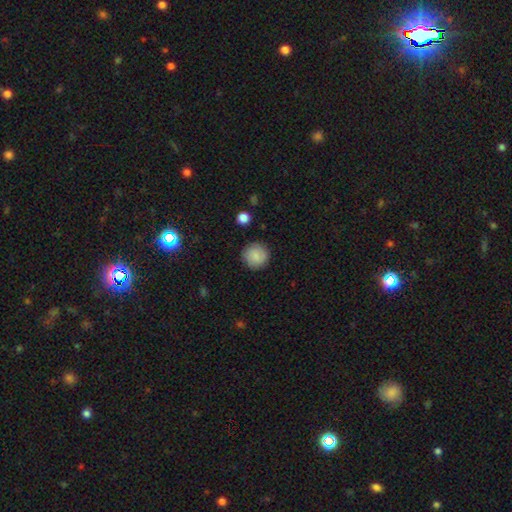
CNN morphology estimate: Smooth or featured?
  - smooth: 80% *
  - featured or disk: 12%
  - star or artifact: 8%
How rounded?
  - round: 94% *
  - in between: 5%
  - cigar-shaped: 1%
Merging?
  - none: 88% *
  - minor disturbance: 8%
  - major disturbance: 2%
  - merger: 1%